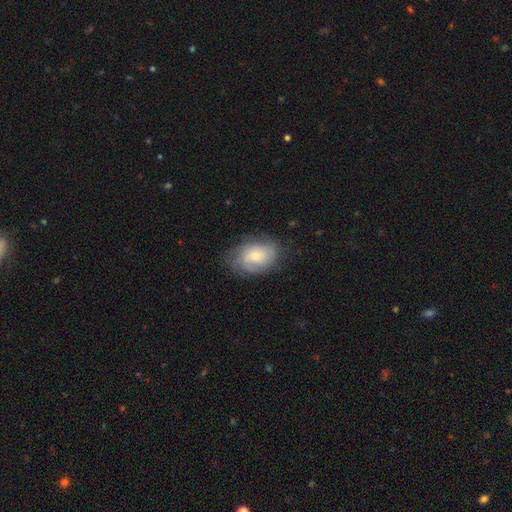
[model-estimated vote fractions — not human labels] This appears to be a smooth galaxy with no disk features (55%) that is in between round and cigar-shaped (78%). Merging: none (70%).